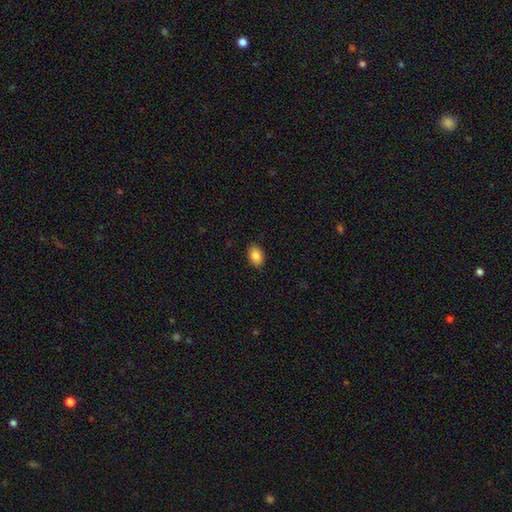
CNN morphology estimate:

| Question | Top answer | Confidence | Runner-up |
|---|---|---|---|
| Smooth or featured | smooth | 86% | star or artifact (8%) |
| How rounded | in between | 86% | round (12%) |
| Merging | none | 88% | minor disturbance (9%) |